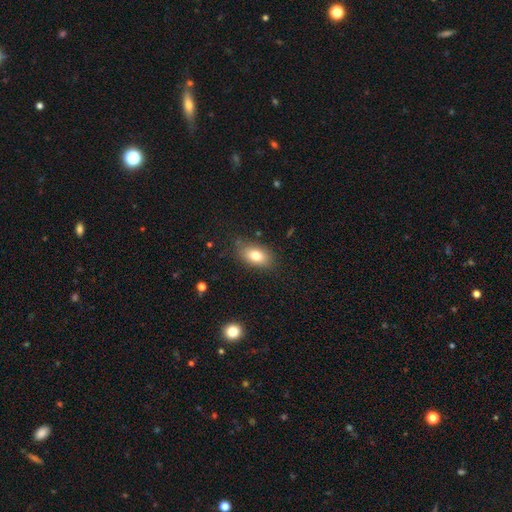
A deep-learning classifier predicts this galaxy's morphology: smooth_or_featured: smooth (p=0.79) [alt: featured or disk p=0.12]
how_rounded: in between (p=0.88) [alt: round p=0.10]
merging: none (p=0.81) [alt: minor disturbance p=0.14]